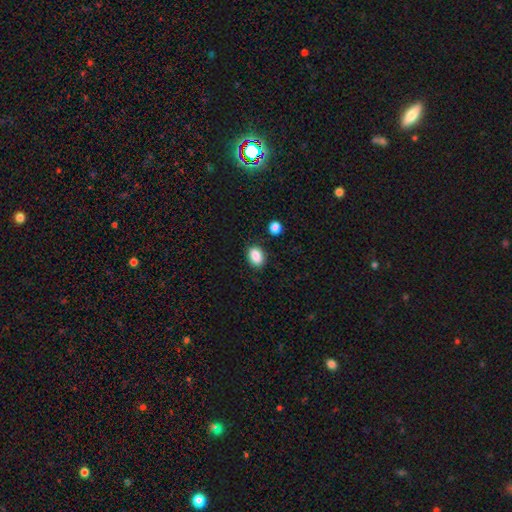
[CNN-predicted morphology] A smooth galaxy with no disk features (87%) that is in between round and cigar-shaped (78%). Merging: none (84%).